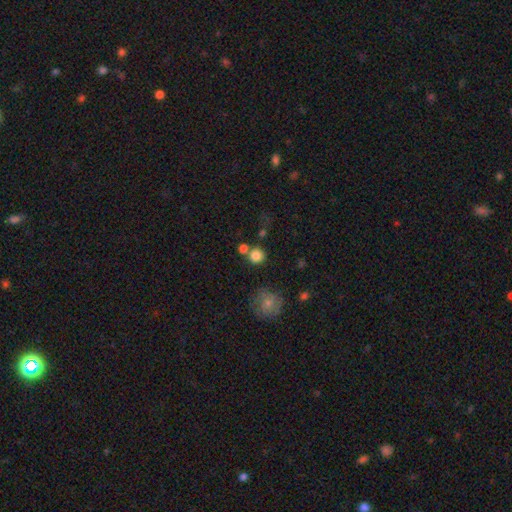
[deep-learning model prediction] A smooth galaxy with no disk features (82%) that is round (92%). Merging: none (65%).